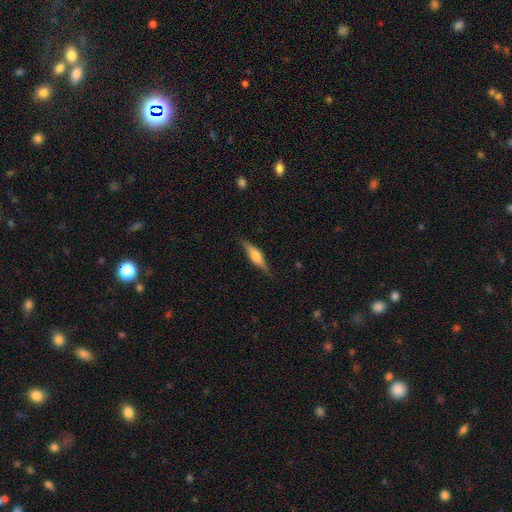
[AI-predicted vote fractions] smooth_or_featured: smooth (p=0.55) [alt: featured or disk p=0.39]
how_rounded: cigar-shaped (p=0.65) [alt: in between p=0.33]
merging: none (p=0.82) [alt: minor disturbance p=0.14]